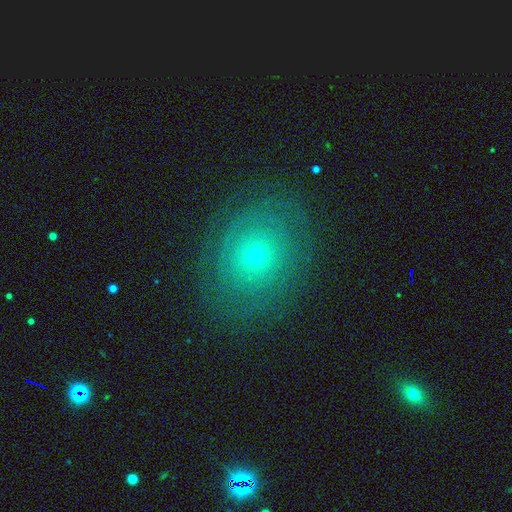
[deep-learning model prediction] smooth_or_featured: smooth (p=0.47) [alt: featured or disk p=0.33]
merging: none (p=0.83) [alt: minor disturbance p=0.11]